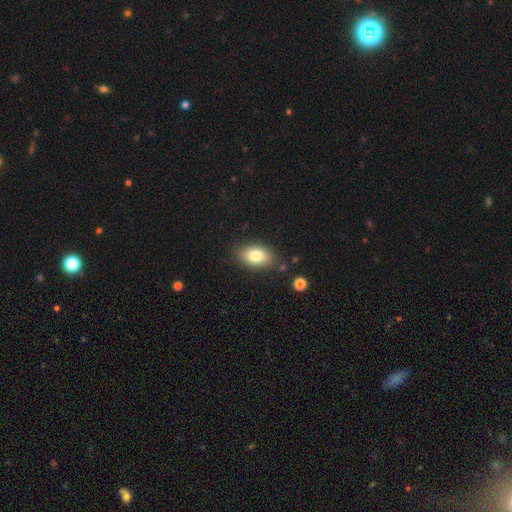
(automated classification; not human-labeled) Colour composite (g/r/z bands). It shows a smooth galaxy with no disk features (81%) that is in between round and cigar-shaped (88%). Merging: none (81%).